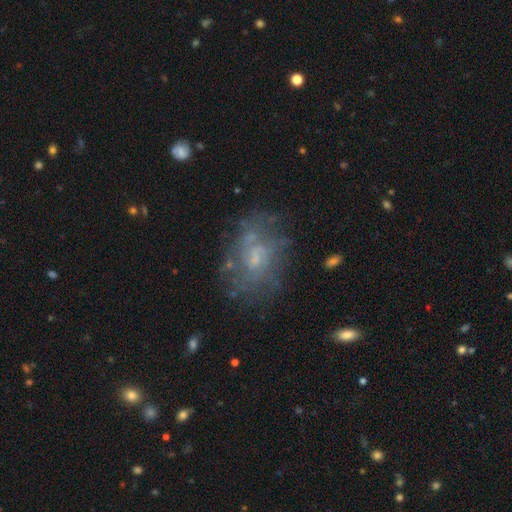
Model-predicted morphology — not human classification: A featured or disk galaxy (62%) with no bar (60%), spiral arms (58%) and a small central bulge (54%). Merging: none (62%).